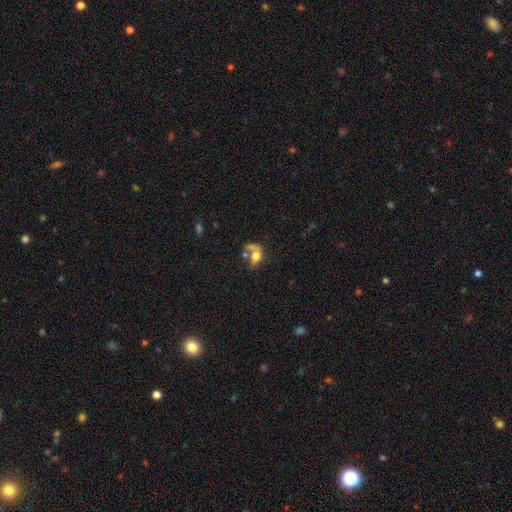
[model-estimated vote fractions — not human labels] smooth 61%, featured or disk 27%, star or artifact 11%. Down the decision tree: how rounded — in between (68%); merging — merger (38%).